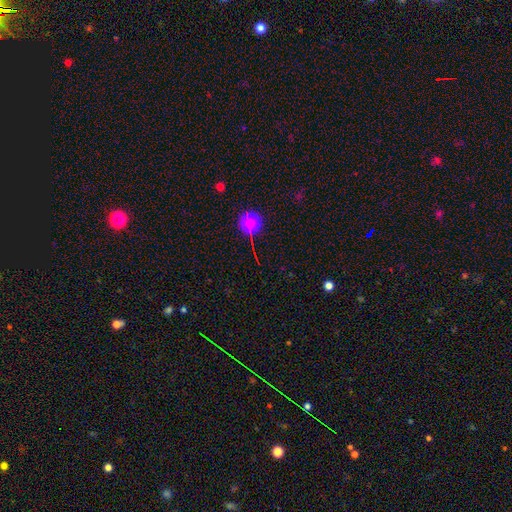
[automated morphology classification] Q: Smooth or featured?
A: star or artifact (56%); runner-up: smooth (35%)